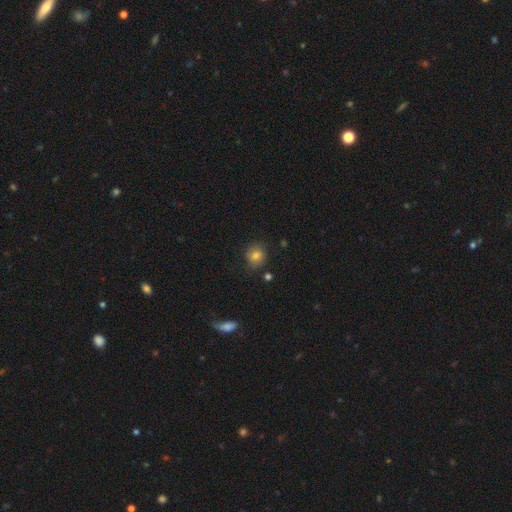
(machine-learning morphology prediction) smooth-or-featured: smooth: 76% | featured or disk: 13% | star or artifact: 11%
  how-rounded: round: 78% | in between: 21% | cigar-shaped: 1%
  merging: none: 74% | minor disturbance: 19% | major disturbance: 5% | merger: 2%